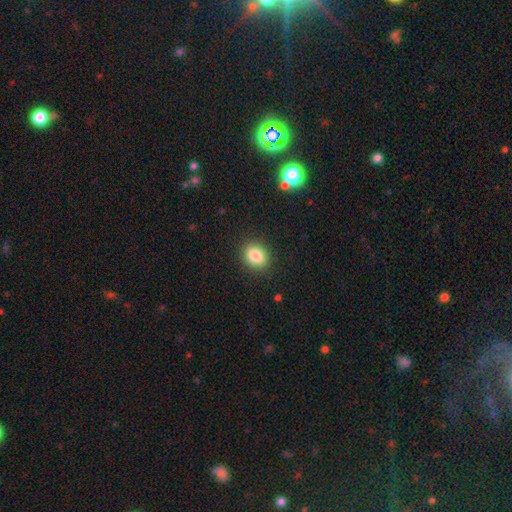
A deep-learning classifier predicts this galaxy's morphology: smooth-or-featured: smooth: 84% | star or artifact: 10% | featured or disk: 6%
  how-rounded: round: 58% | in between: 41% | cigar-shaped: 1%
  merging: none: 89% | minor disturbance: 7% | major disturbance: 2% | merger: 1%